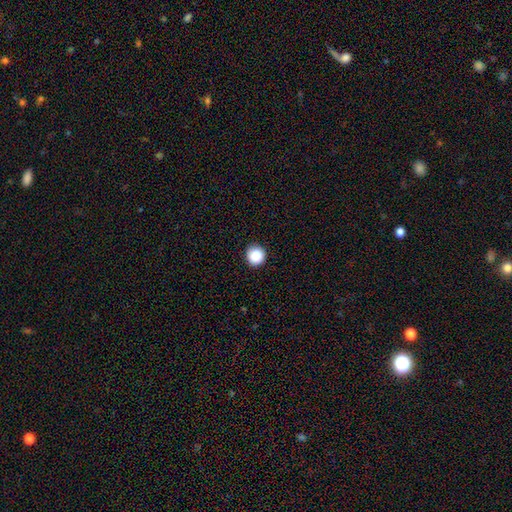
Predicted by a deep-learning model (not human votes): smooth-or-featured: smooth: 88% | star or artifact: 9% | featured or disk: 3%
  how-rounded: round: 95% | in between: 4% | cigar-shaped: 1%
  merging: none: 92% | minor disturbance: 6% | major disturbance: 2% | merger: 1%